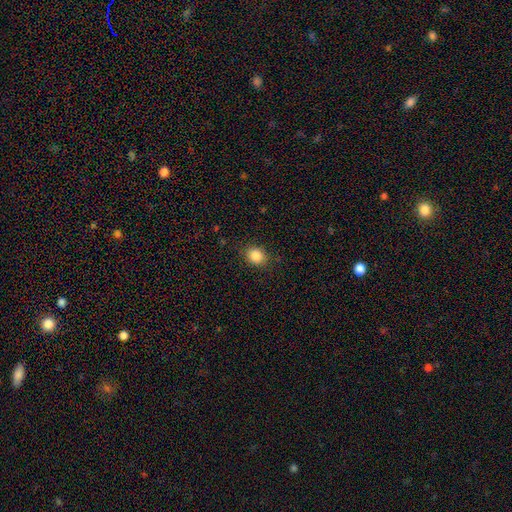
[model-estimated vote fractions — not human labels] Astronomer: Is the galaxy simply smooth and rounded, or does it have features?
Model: smooth — 86%.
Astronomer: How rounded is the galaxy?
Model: round — 63%.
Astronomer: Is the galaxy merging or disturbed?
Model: none — 86%.